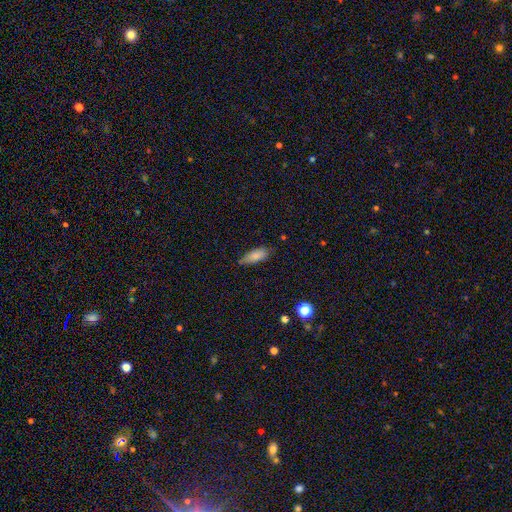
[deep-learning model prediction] Morphology: type=smooth (83%); roundness=in between (77%); merging=none (74%).